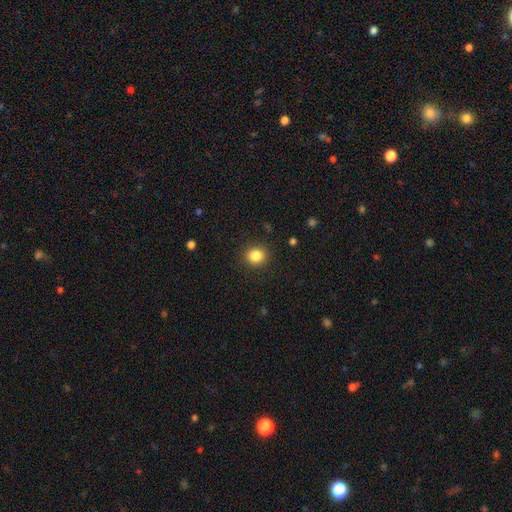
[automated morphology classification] Smooth or featured?
  - smooth: 85% *
  - star or artifact: 11%
  - featured or disk: 5%
How rounded?
  - round: 82% *
  - in between: 17%
  - cigar-shaped: 1%
Merging?
  - none: 89% *
  - minor disturbance: 7%
  - major disturbance: 3%
  - merger: 1%